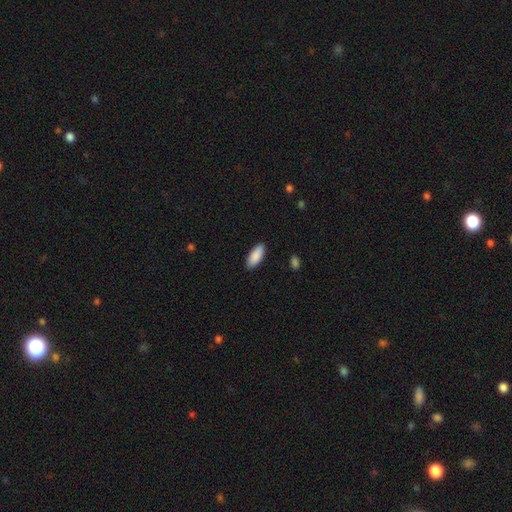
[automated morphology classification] Q: Smooth or featured?
A: smooth (90%); runner-up: star or artifact (5%)
Q: How rounded?
A: in between (82%); runner-up: cigar-shaped (16%)
Q: Merging?
A: none (89%); runner-up: minor disturbance (8%)